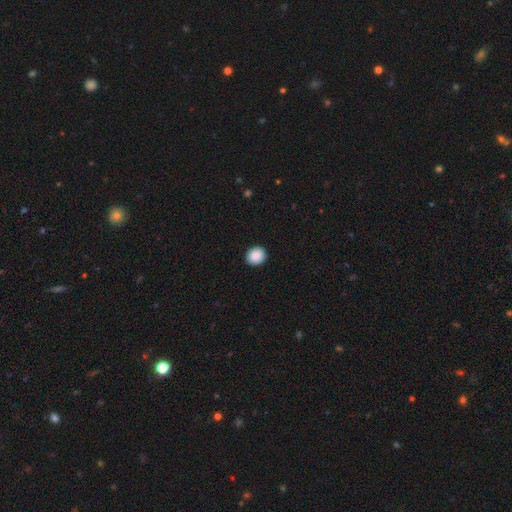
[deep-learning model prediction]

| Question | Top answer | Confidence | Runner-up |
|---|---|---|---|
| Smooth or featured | smooth | 90% | star or artifact (8%) |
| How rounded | round | 86% | in between (13%) |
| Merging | none | 92% | minor disturbance (5%) |